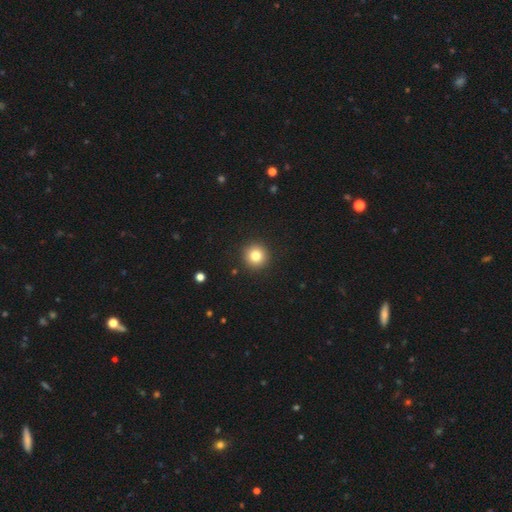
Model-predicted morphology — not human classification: Smooth or featured? Predicted: smooth (p=0.82). How rounded? Predicted: round (p=0.96). Merging? Predicted: none (p=0.93).